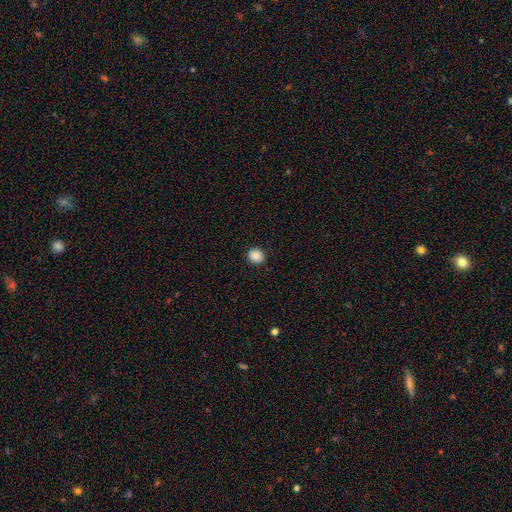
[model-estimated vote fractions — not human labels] The model was most divided on "how rounded": round: 86%, in between: 13%, cigar-shaped: 1%. More confident: merging — none (91%); smooth or featured — smooth (88%).